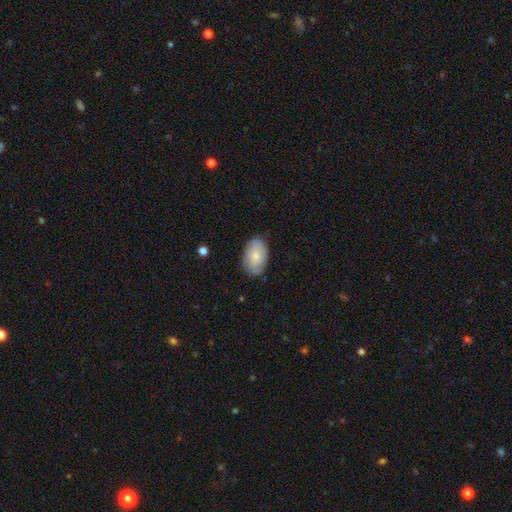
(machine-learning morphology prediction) type=smooth (69%); roundness=in between (91%); merging=none (78%).